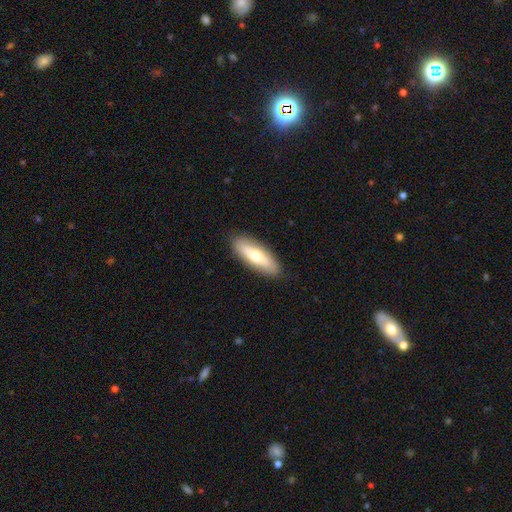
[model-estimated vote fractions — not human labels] Morphology: type=smooth (62%); roundness=in between (55%); merging=none (88%).